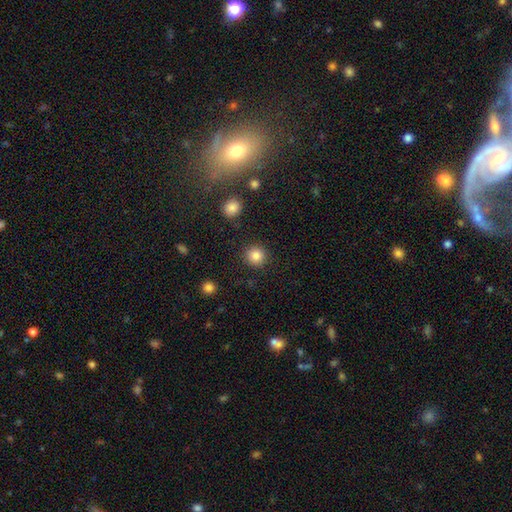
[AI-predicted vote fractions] A smooth galaxy with no disk features (86%) that is round (94%). Merging: none (90%).